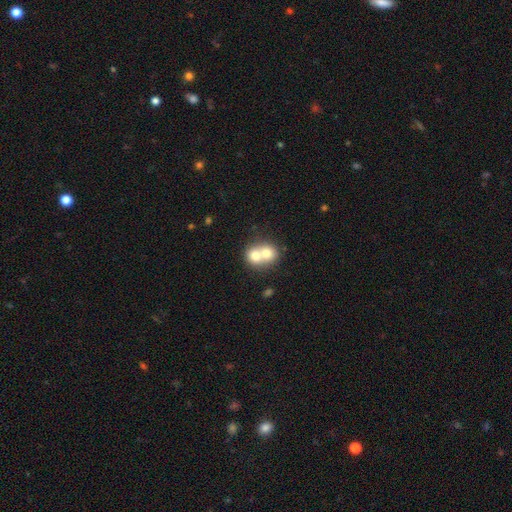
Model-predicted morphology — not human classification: smooth_or_featured: smooth (p=0.68) [alt: featured or disk p=0.23]
how_rounded: round (p=0.69) [alt: in between p=0.31]
merging: merger (p=0.74) [alt: none p=0.20]